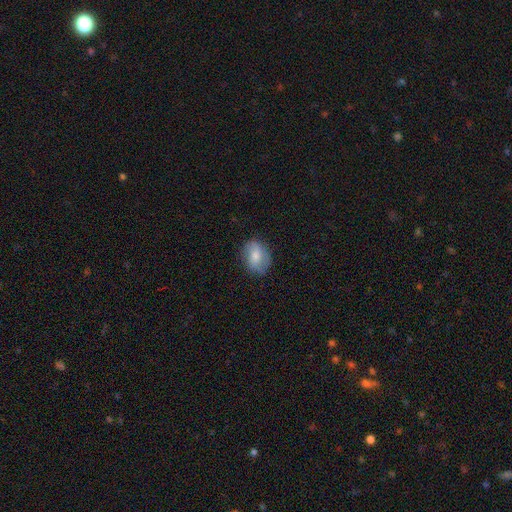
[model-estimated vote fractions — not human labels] A smooth galaxy with no disk features (60%) that is in between round and cigar-shaped (69%). Merging: none (75%).